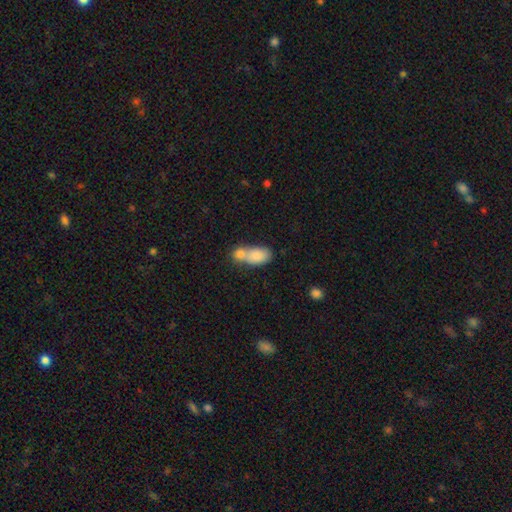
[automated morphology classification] smooth 79%, featured or disk 13%, star or artifact 8%. Down the decision tree: how rounded — in between (84%); merging — merger (62%).